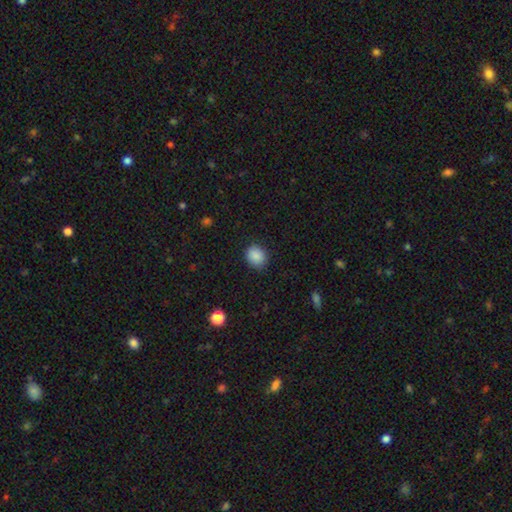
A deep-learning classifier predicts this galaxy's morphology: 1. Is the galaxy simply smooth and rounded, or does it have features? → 88% smooth, 9% star or artifact, 3% featured or disk.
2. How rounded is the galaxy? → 64% round, 35% in between, 1% cigar-shaped.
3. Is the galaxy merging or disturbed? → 87% none, 10% minor disturbance, 3% major disturbance, 1% merger.